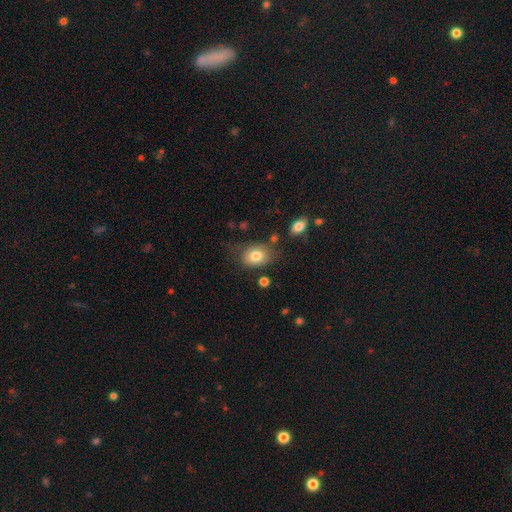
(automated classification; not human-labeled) Smooth or featured? Predicted: smooth (p=0.80). How rounded? Predicted: in between (p=0.71). Merging? Predicted: none (p=0.67).